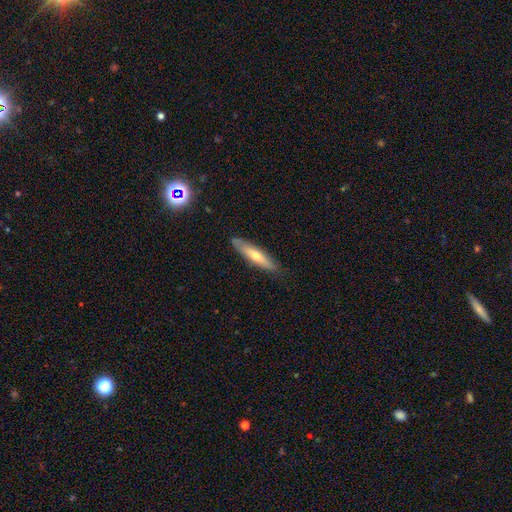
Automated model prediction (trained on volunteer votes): This is possibly a smooth galaxy (48%). Merging: clearly none (85%).